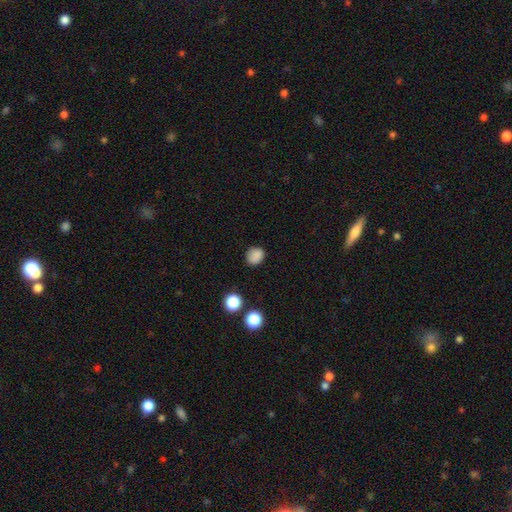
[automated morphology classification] smooth_or_featured: smooth (p=0.84) [alt: star or artifact p=0.12]
how_rounded: round (p=0.65) [alt: in between p=0.34]
merging: none (p=0.77) [alt: minor disturbance p=0.17]